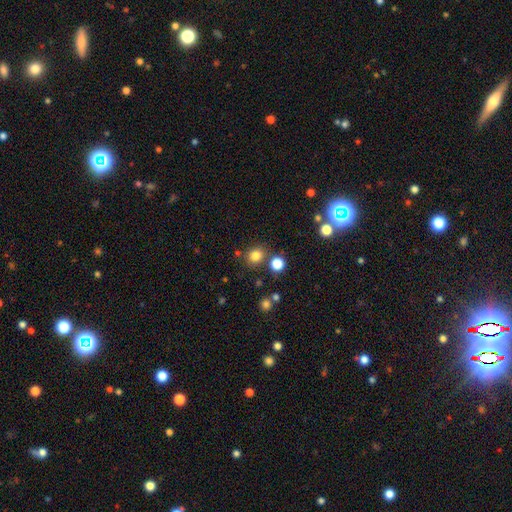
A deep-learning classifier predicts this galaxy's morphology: Smooth or featured?
  - smooth: 81% *
  - star or artifact: 14%
  - featured or disk: 5%
How rounded?
  - round: 79% *
  - in between: 21%
  - cigar-shaped: 1%
Merging?
  - none: 79% *
  - minor disturbance: 9%
  - merger: 9%
  - major disturbance: 3%